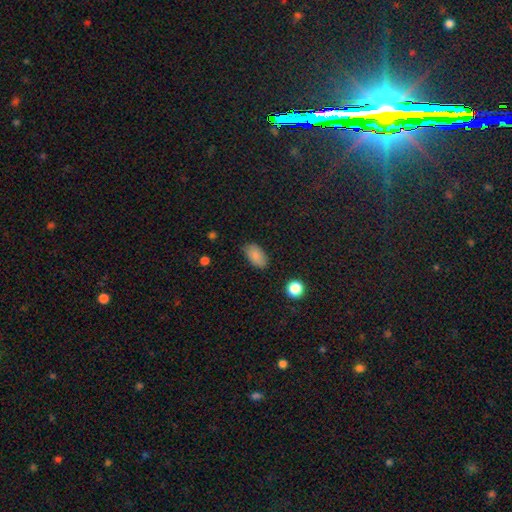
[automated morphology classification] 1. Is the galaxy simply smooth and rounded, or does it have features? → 86% smooth, 9% star or artifact, 6% featured or disk.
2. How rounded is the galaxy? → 92% in between, 6% round, 2% cigar-shaped.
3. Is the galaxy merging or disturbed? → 77% none, 18% minor disturbance, 4% major disturbance, 2% merger.